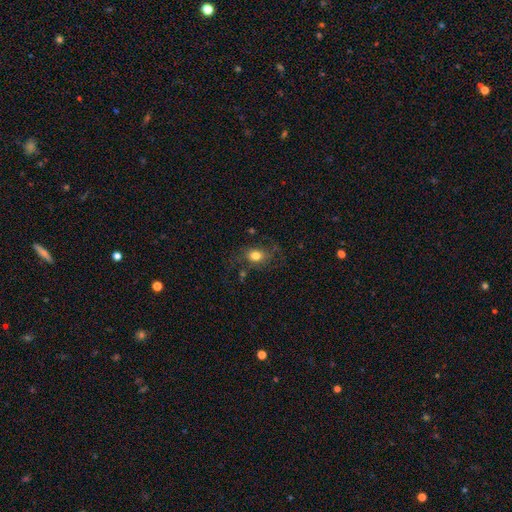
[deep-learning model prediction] smooth 76%, featured or disk 13%, star or artifact 10%. Down the decision tree: how rounded — in between (63%); merging — none (67%).